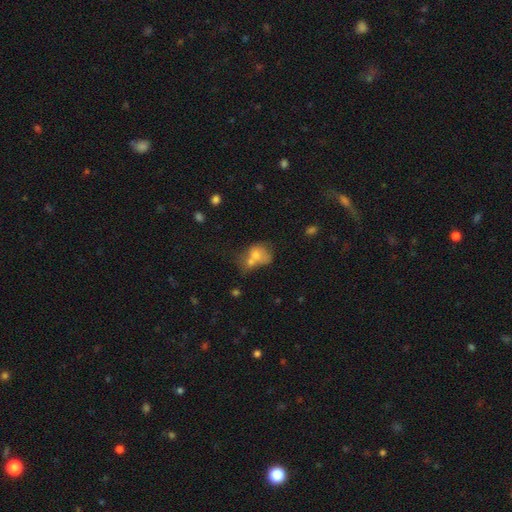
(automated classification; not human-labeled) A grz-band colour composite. It shows a smooth galaxy with no disk features (63%) that is round (50%). Merging: merger (58%).